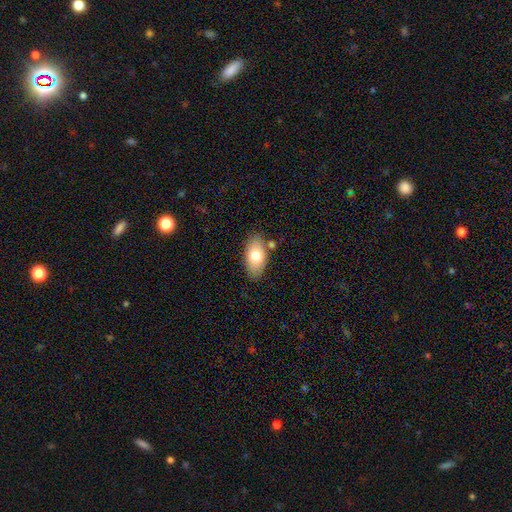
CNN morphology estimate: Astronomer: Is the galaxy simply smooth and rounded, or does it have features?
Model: smooth — 76%.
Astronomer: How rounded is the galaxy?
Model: in between — 93%.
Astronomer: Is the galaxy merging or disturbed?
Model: none — 78%.